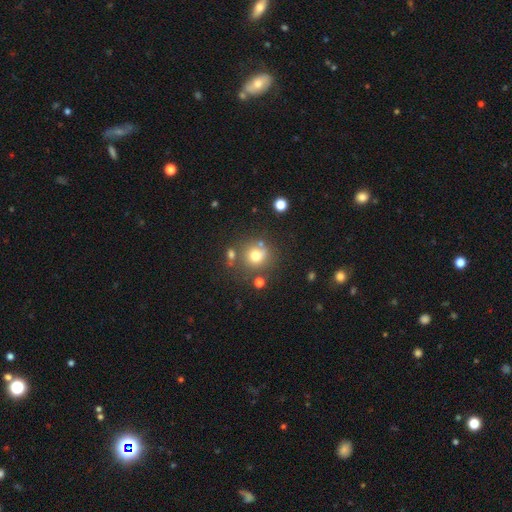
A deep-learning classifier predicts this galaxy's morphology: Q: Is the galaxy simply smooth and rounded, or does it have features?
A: smooth — 72%.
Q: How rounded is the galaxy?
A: round — 87%.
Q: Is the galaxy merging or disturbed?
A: none — 68%.